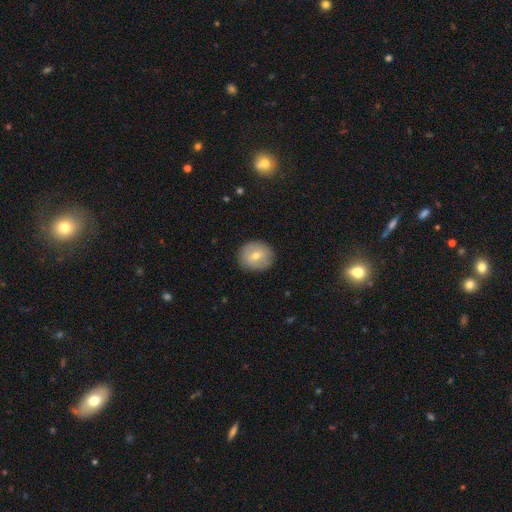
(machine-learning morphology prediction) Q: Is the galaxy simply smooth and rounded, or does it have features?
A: smooth — 63%.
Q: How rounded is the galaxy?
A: round — 84%.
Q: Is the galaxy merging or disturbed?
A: none — 89%.